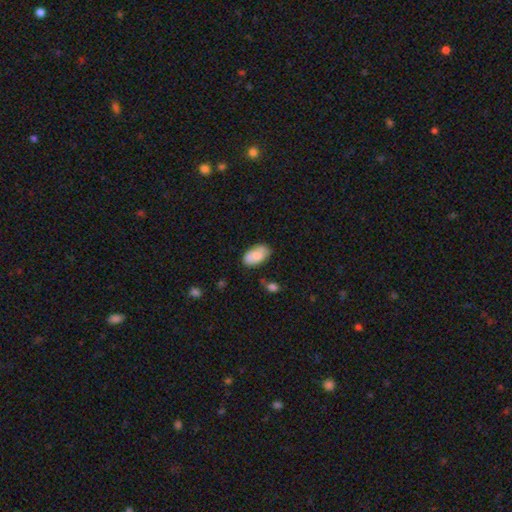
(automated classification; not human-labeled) smooth 78%, featured or disk 15%, star or artifact 6%. Down the decision tree: how rounded — in between (95%); merging — none (72%).